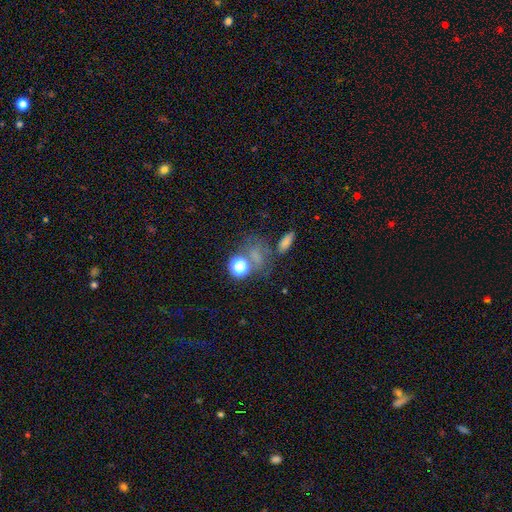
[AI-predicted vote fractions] smooth_or_featured: smooth (p=0.56) [alt: star or artifact p=0.31]
how_rounded: round (p=0.56) [alt: in between p=0.40]
merging: none (p=0.50) [alt: merger p=0.19]